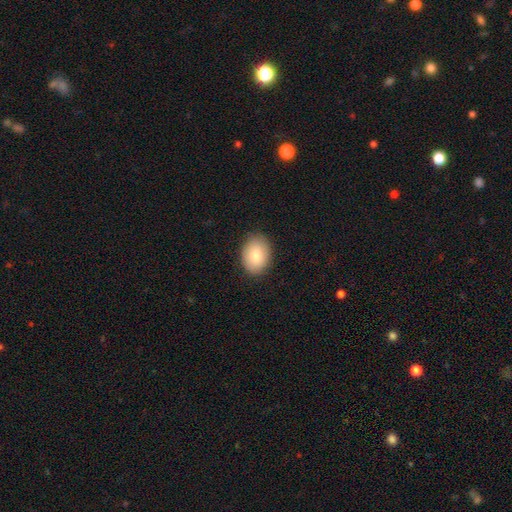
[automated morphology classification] Smooth or featured? Predicted: smooth (p=0.81). How rounded? Predicted: in between (p=0.75). Merging? Predicted: none (p=0.87).